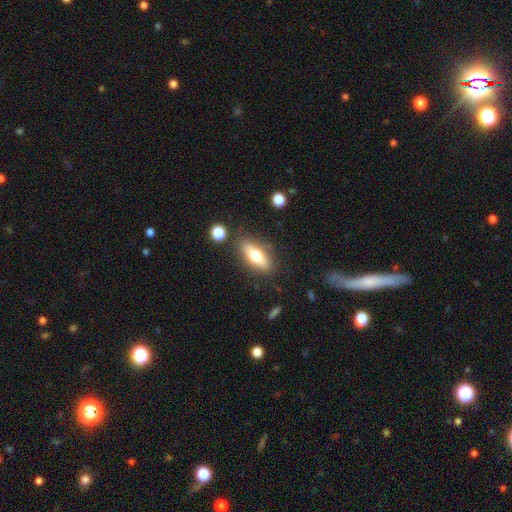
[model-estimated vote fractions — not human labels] A smooth galaxy with no disk features (59%) that is in between round and cigar-shaped (66%).

Vote fractions:
- Smooth or featured? smooth: 59% / featured or disk: 34% / star or artifact: 7%
- How rounded? in between: 66% / cigar-shaped: 30% / round: 4%
- Merging? none: 81% / minor disturbance: 12% / major disturbance: 4% / merger: 3%